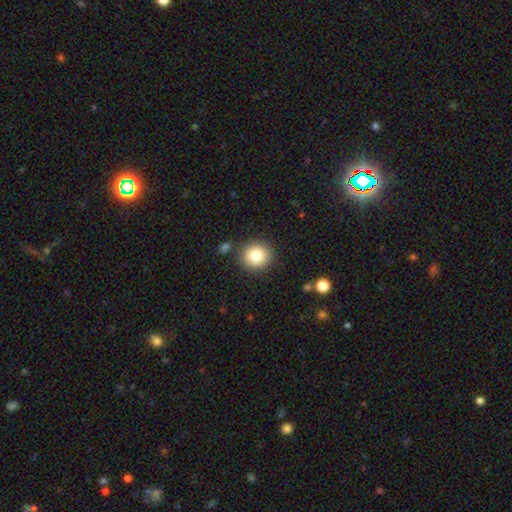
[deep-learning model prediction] The model was most divided on "smooth or featured": smooth: 81%, star or artifact: 10%, featured or disk: 8%. More confident: how rounded — round (89%); merging — none (87%).